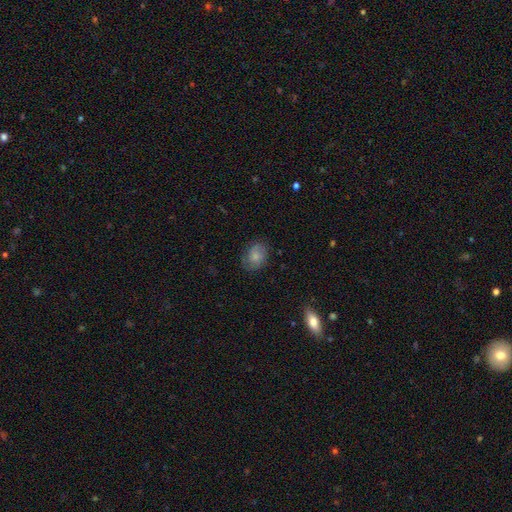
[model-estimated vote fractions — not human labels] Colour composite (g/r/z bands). It shows a smooth galaxy with no disk features (66%) that is in between round and cigar-shaped (59%). Merging: none (72%).